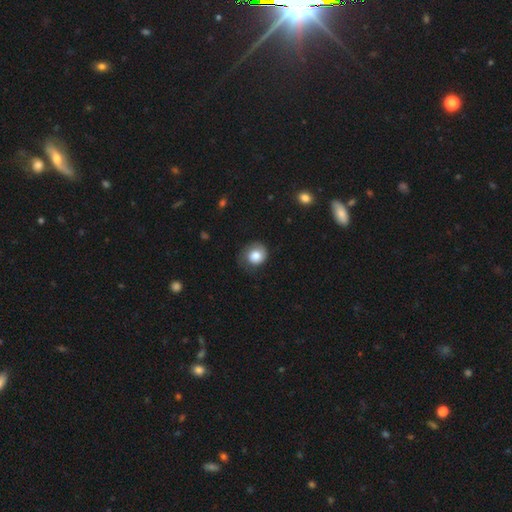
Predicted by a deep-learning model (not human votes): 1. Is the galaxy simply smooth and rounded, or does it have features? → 78% smooth, 15% featured or disk, 7% star or artifact.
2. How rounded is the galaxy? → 77% round, 23% in between, 1% cigar-shaped.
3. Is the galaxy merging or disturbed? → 56% none, 29% minor disturbance, 14% major disturbance, 1% merger.